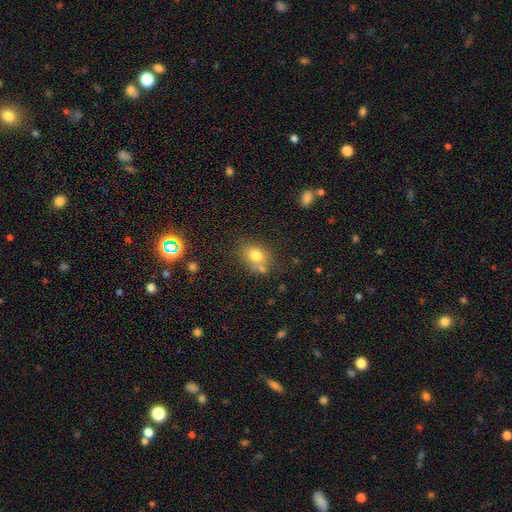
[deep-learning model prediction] smooth 77%, star or artifact 12%, featured or disk 11%. Down the decision tree: how rounded — round (52%); merging — none (61%).